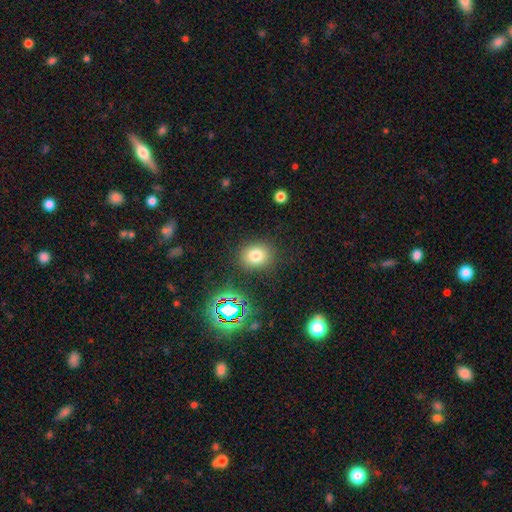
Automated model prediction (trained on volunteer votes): This is likely a smooth galaxy (75%). How rounded: likely round (64%). Merging: clearly none (84%).